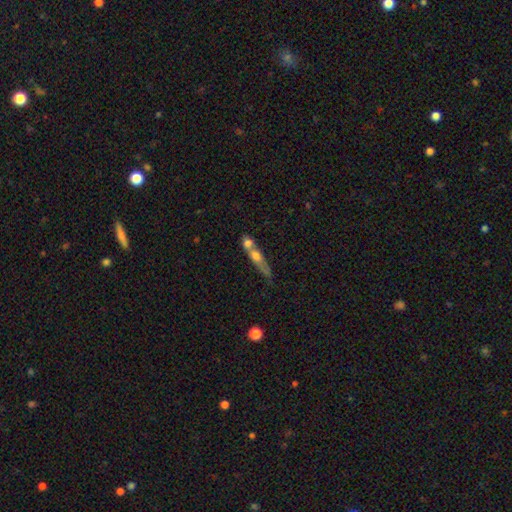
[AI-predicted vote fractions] This appears to be a smooth galaxy with no disk features (52%) that is cigar-shaped (62%). Merging: merger (58%).